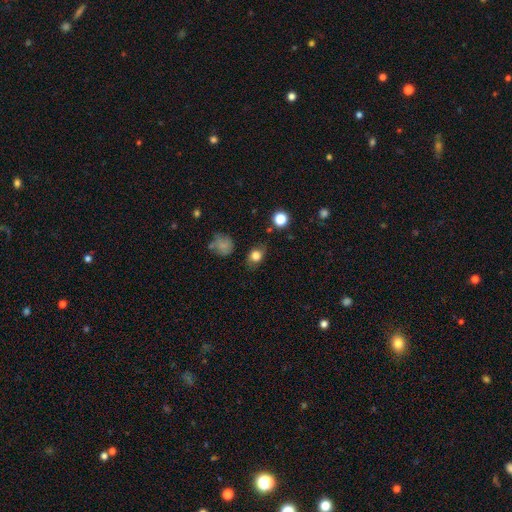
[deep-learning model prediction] Smooth or featured: smooth — 76% (featured or disk — 13%)
How rounded: in between — 54% (round — 43%)
Merging: none — 70% (minor disturbance — 20%)